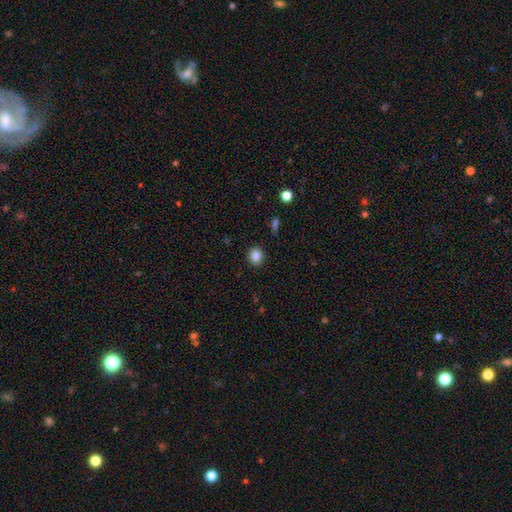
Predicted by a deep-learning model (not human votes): Morphology: type=smooth (85%); roundness=round (76%); merging=none (90%).